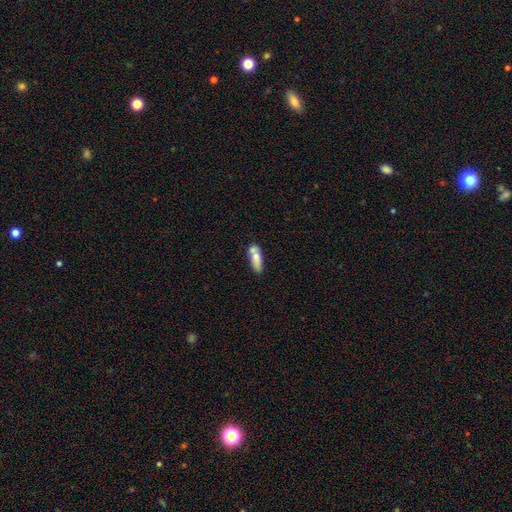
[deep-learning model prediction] Smooth or featured?
  - smooth: 71% *
  - featured or disk: 22%
  - star or artifact: 7%
How rounded?
  - in between: 52% *
  - cigar-shaped: 44%
  - round: 3%
Merging?
  - none: 46% *
  - merger: 33%
  - minor disturbance: 16%
  - major disturbance: 5%